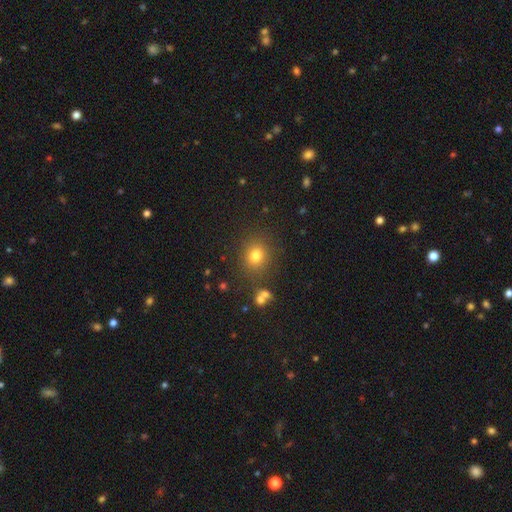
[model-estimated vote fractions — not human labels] smooth_or_featured: smooth (p=0.78) [alt: star or artifact p=0.15]
how_rounded: round (p=0.77) [alt: in between p=0.22]
merging: none (p=0.84) [alt: minor disturbance p=0.09]